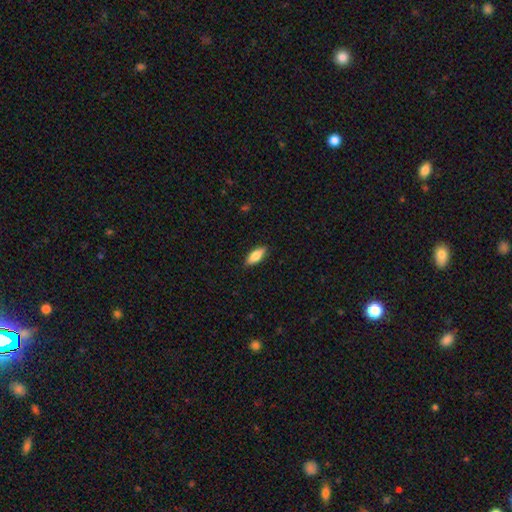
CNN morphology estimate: The model was most divided on "how rounded": in between: 76%, cigar-shaped: 21%, round: 2%. More confident: merging — none (87%); smooth or featured — smooth (81%).